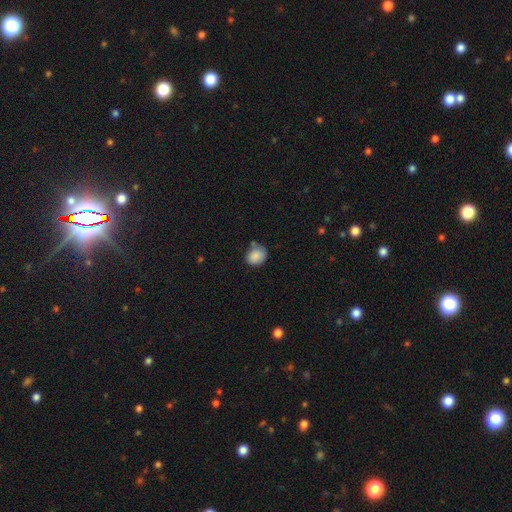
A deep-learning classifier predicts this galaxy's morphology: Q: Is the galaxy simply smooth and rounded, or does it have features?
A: smooth — 88%.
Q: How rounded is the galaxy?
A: round — 61%.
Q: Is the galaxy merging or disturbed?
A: none — 66%.